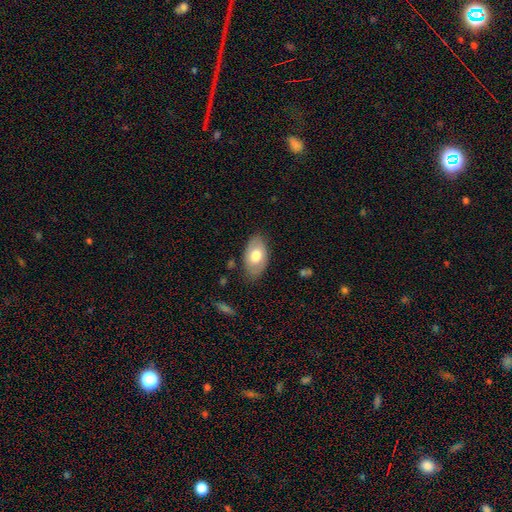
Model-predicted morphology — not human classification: The model was most divided on "smooth or featured": smooth: 66%, featured or disk: 28%, star or artifact: 6%. More confident: how rounded — in between (93%); merging — none (79%).